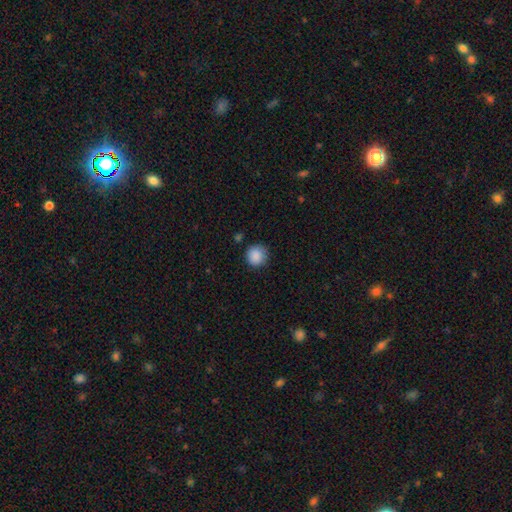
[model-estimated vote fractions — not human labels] Q: Smooth or featured?
A: smooth (88%); runner-up: star or artifact (9%)
Q: How rounded?
A: round (94%); runner-up: in between (5%)
Q: Merging?
A: none (85%); runner-up: minor disturbance (10%)